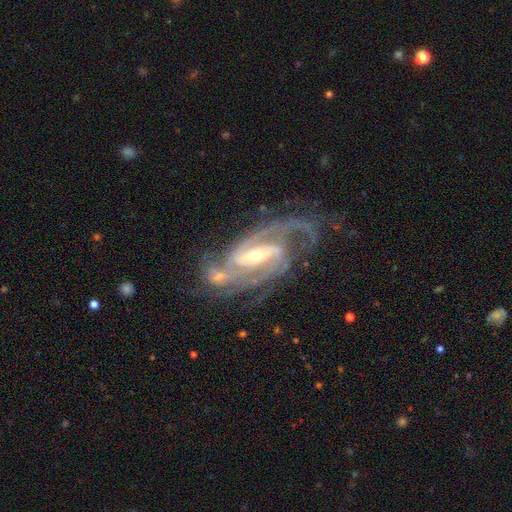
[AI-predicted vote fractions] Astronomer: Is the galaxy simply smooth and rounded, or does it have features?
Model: featured or disk — 92%.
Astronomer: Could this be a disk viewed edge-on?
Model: no — 96%.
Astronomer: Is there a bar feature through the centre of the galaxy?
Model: strong — 49% (runner-up: weak, 36%).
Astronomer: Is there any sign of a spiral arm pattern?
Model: yes — 98%.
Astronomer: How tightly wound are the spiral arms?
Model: medium — 50% (runner-up: tight, 38%).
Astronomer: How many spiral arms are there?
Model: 2 — 44% (runner-up: 3, 29%).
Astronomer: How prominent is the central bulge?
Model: small — 58% (runner-up: moderate, 38%).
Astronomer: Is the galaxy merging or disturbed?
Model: none — 55%.